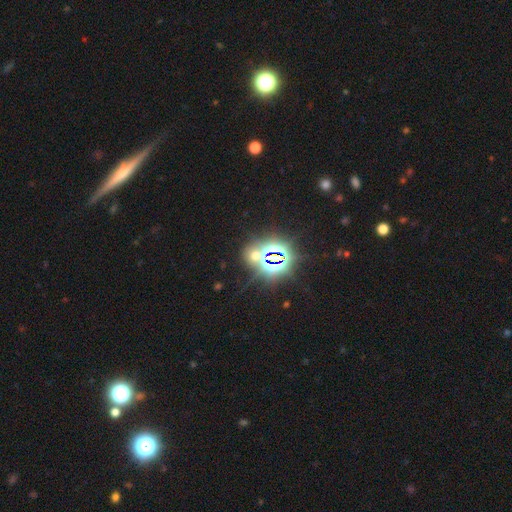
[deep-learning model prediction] Smooth or featured?
  - star or artifact: 65% *
  - smooth: 27%
  - featured or disk: 8%